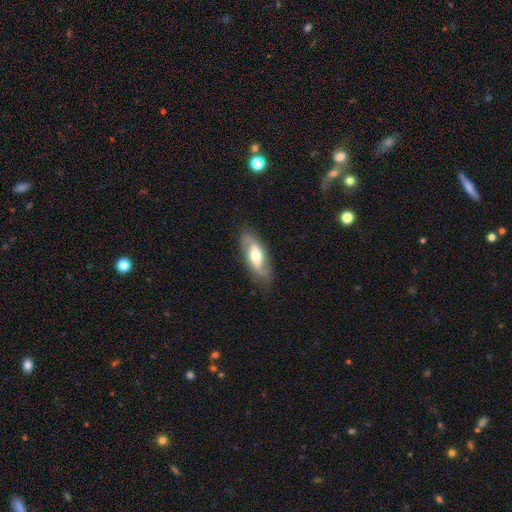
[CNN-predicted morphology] Smooth or featured: featured or disk — 54% (smooth — 40%)
Edge-on disk: no — 81% (yes — 19%)
Merging: none — 78% (minor disturbance — 16%)